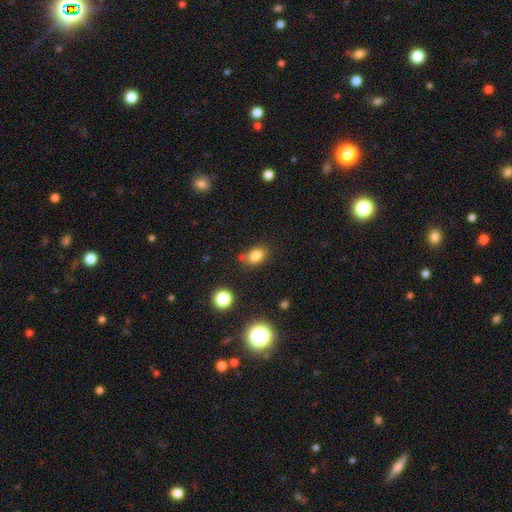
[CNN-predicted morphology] A smooth galaxy with no disk features (80%) that is in between round and cigar-shaped (74%). Merging: none (67%).